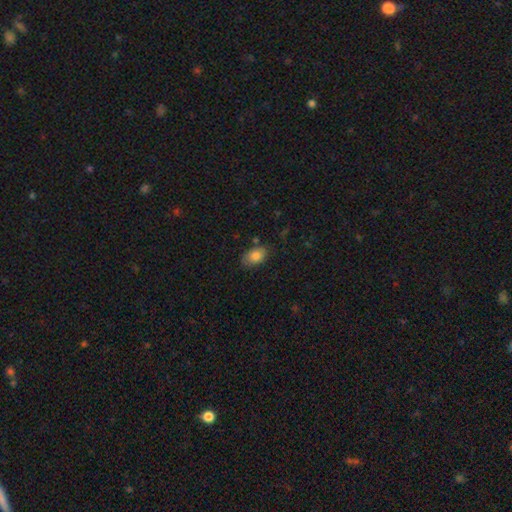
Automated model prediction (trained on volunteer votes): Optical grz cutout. It shows a smooth galaxy with no disk features (84%) that is in between round and cigar-shaped (89%). Merging: none (76%).